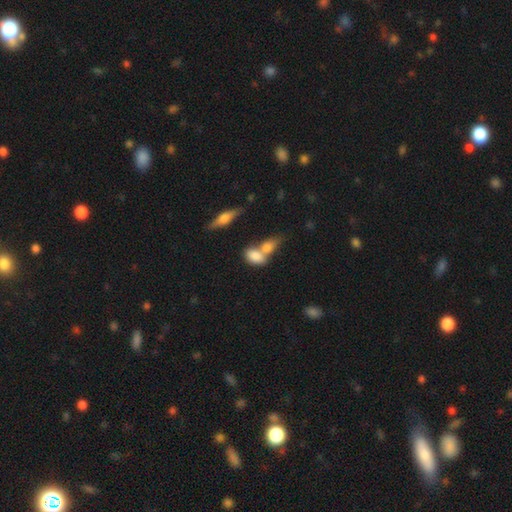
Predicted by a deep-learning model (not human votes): Smooth or featured? Predicted: smooth (p=0.79). How rounded? Predicted: in between (p=0.85). Merging? Predicted: merger (p=0.57).